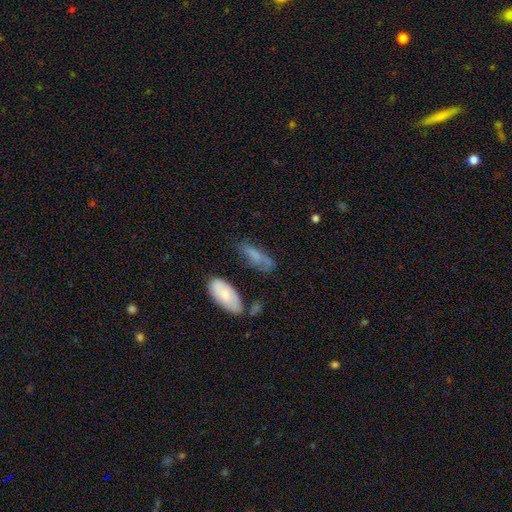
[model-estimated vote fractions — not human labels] Smooth or featured: smooth — 65% (featured or disk — 25%)
How rounded: in between — 59% (cigar-shaped — 37%)
Merging: none — 49% (minor disturbance — 29%)